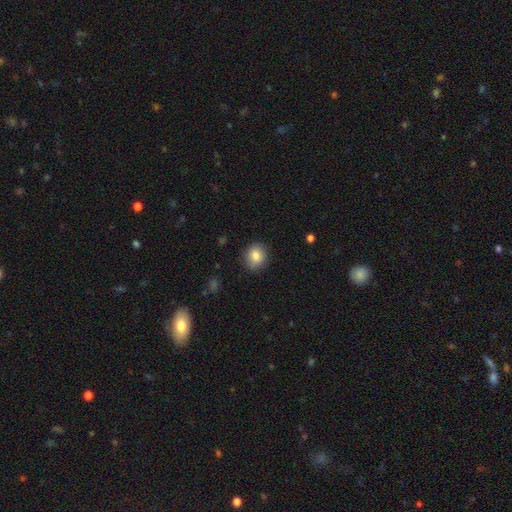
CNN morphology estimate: This appears to be a smooth galaxy with no disk features (84%) that is round (69%). Merging: none (85%).